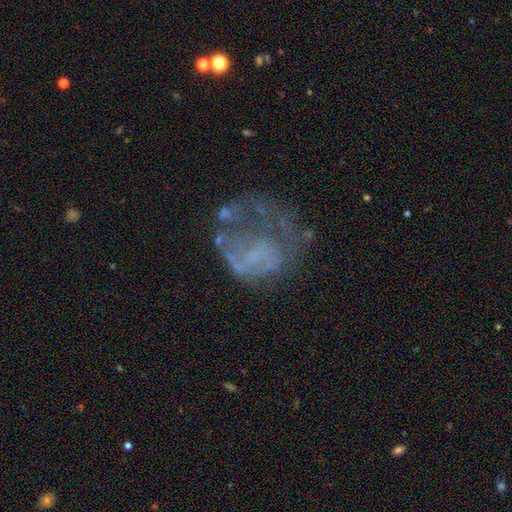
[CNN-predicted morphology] Smooth or featured? Predicted: featured or disk (p=0.57). Edge-on disk? Predicted: no (p=0.98). Bar? Predicted: no (p=0.86). Spiral arms? Predicted: no (p=0.73). Bulge size? Predicted: none (p=0.74). Merging? Predicted: major disturbance (p=0.44).